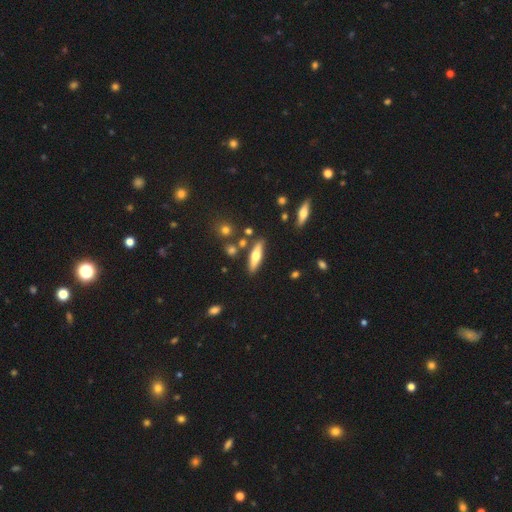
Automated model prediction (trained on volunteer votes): A featured or disk galaxy (47%, tied with smooth).

Vote fractions:
- Smooth or featured? featured or disk: 47% (tied) / smooth: 47% (tied) / star or artifact: 7%
- Merging? none: 81% / minor disturbance: 10% / merger: 6% / major disturbance: 3%